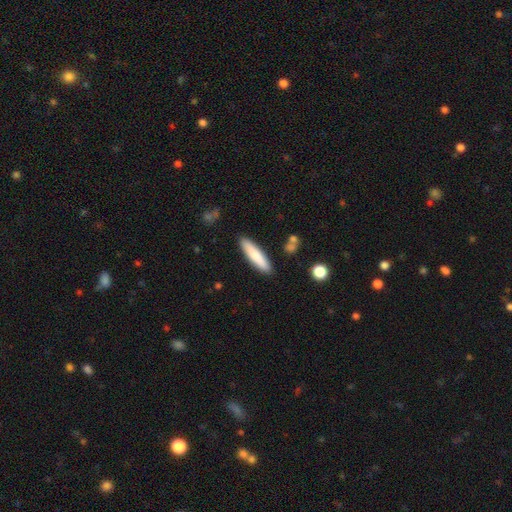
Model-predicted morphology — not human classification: Overall: smooth (78%). How rounded: cigar-shaped (80%). Merging: none (88%).